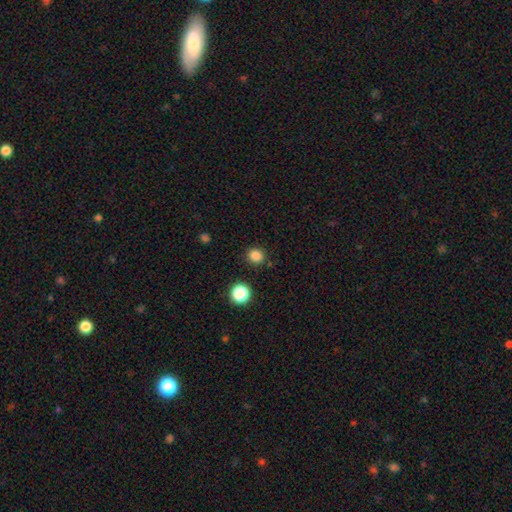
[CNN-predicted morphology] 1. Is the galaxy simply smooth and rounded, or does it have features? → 83% smooth, 14% star or artifact, 4% featured or disk.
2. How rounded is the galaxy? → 87% round, 12% in between, 1% cigar-shaped.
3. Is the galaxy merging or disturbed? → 88% none, 7% minor disturbance, 3% merger, 3% major disturbance.